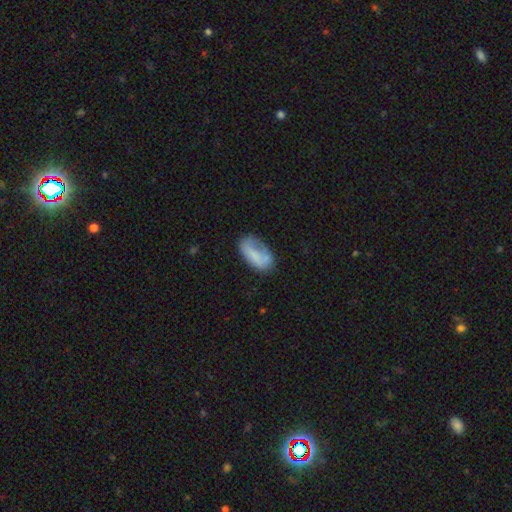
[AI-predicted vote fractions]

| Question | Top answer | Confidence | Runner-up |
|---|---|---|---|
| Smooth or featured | smooth | 70% | featured or disk (22%) |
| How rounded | in between | 92% | round (4%) |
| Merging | none | 52% | minor disturbance (28%) |